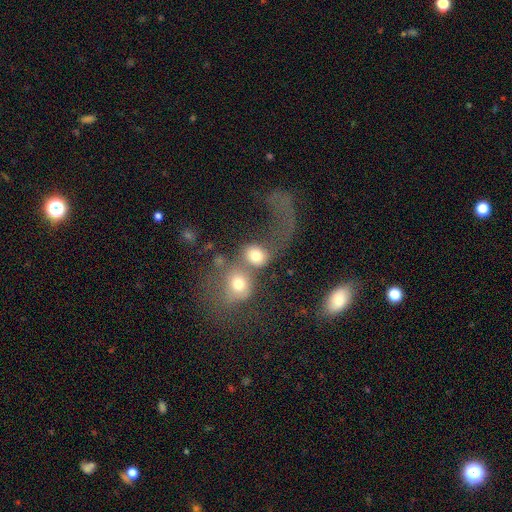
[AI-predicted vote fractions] Smooth or featured: smooth — 64% (featured or disk — 25%)
How rounded: round — 63% (in between — 36%)
Merging: merger — 62% (major disturbance — 20%)